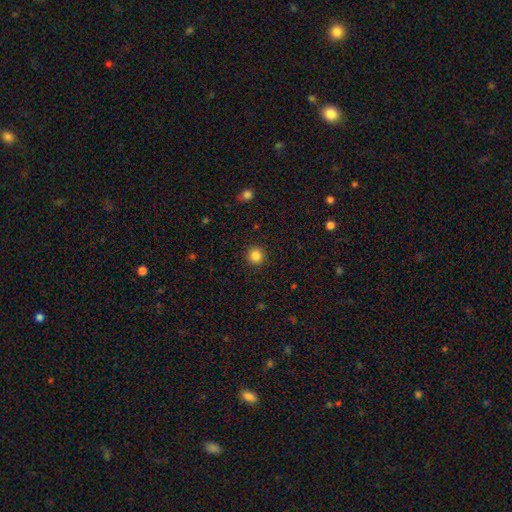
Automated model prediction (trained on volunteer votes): A smooth galaxy with no disk features (84%) that is round (93%).

Vote fractions:
- Smooth or featured? smooth: 84% / star or artifact: 11% / featured or disk: 4%
- How rounded? round: 93% / in between: 6% / cigar-shaped: 1%
- Merging? none: 91% / minor disturbance: 6% / major disturbance: 2% / merger: 1%